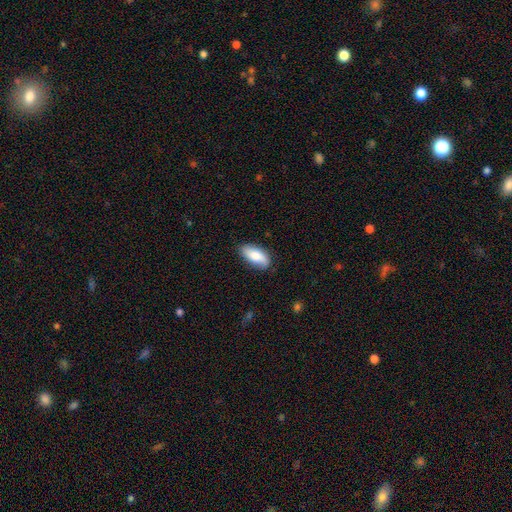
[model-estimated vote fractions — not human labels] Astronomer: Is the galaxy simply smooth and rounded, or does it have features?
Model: smooth — 78%.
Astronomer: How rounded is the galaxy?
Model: in between — 87%.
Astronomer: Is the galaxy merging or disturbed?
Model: none — 80%.